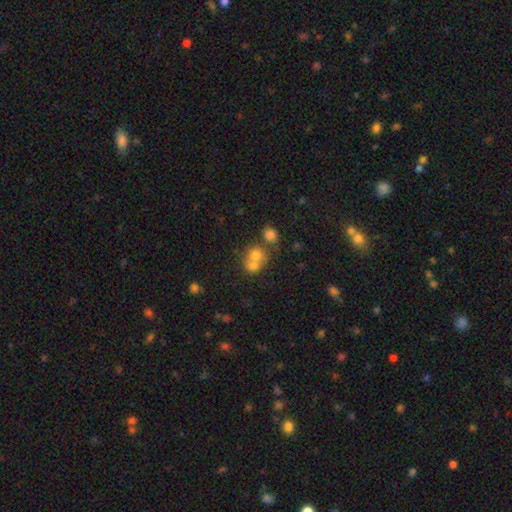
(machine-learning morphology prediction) Overall: smooth (69%). How rounded: round (75%). Merging: merger (59%; none 31%).